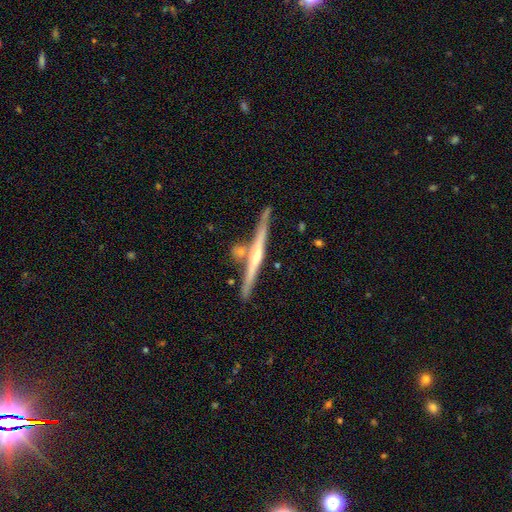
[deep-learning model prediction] This is likely a featured or disk galaxy (72%). It is clearly viewed edge-on (98%). Edge-on bulge: likely rounded (65%). Merging: likely none (74%).